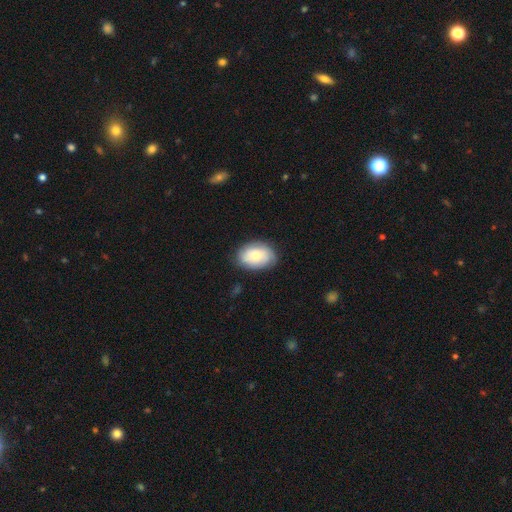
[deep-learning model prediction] Morphology: type=smooth (65%); roundness=in between (84%); merging=none (77%).